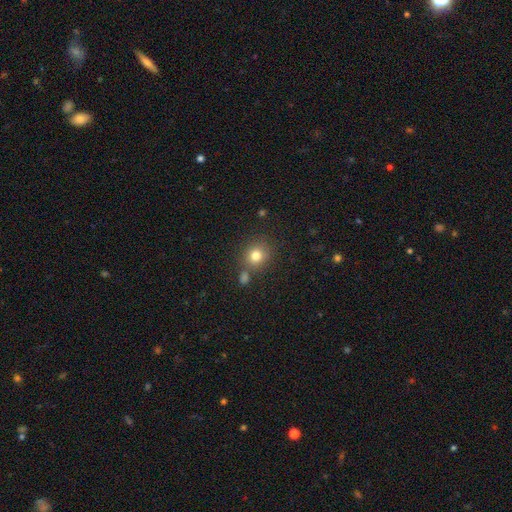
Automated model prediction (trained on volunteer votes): smooth-or-featured: smooth: 79% | star or artifact: 13% | featured or disk: 8%
  how-rounded: round: 84% | in between: 15% | cigar-shaped: 1%
  merging: none: 74% | merger: 12% | minor disturbance: 11% | major disturbance: 3%